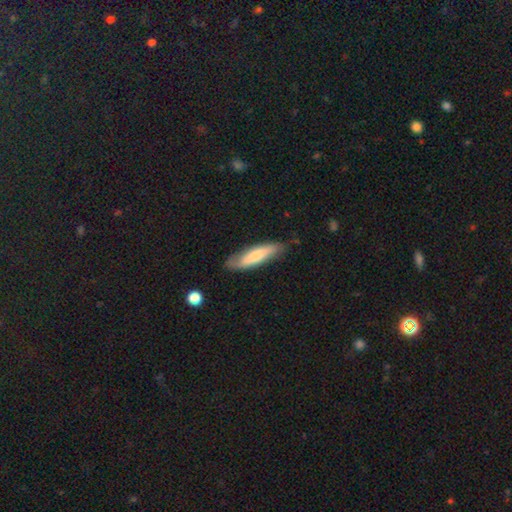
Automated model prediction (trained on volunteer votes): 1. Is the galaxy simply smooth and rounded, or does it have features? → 66% smooth, 29% featured or disk, 6% star or artifact.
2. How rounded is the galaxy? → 69% cigar-shaped, 29% in between, 2% round.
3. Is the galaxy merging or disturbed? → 71% none, 22% minor disturbance, 5% major disturbance, 2% merger.